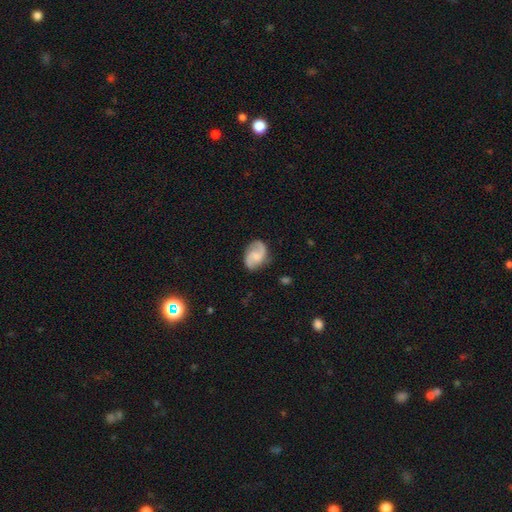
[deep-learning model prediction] Smooth or featured: featured or disk — 74% (smooth — 20%)
Edge-on disk: no — 98% (yes — 2%)
Bar: no — 50% (weak — 42%)
Spiral arms: yes — 96% (no — 4%)
Spiral winding: medium — 43% (tied with loose — 43%)
Spiral arm count: 2 — 91% (can't tell — 4%)
Bulge size: none — 34% (small — 32%)
Merging: none — 79% (minor disturbance — 15%)